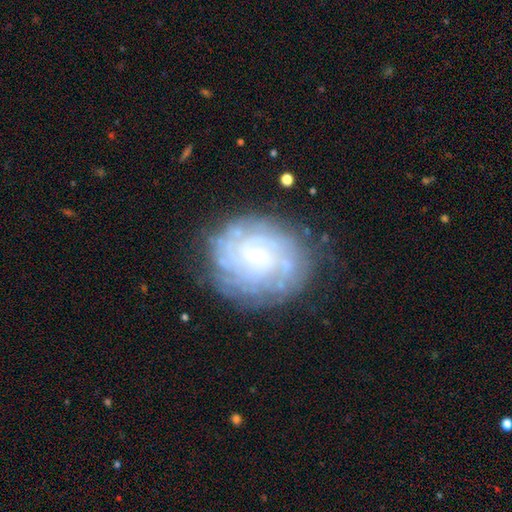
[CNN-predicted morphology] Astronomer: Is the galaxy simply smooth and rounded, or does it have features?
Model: featured or disk — 80%.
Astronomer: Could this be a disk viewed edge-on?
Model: no — 98%.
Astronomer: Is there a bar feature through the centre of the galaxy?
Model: no — 55% (runner-up: weak, 38%).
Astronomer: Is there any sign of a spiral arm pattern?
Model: yes — 93%.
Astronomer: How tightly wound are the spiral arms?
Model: tight — 74%.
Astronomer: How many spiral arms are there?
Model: can't tell — 44%.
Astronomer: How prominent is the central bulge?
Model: small — 72%.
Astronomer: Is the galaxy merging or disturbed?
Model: none — 75%.